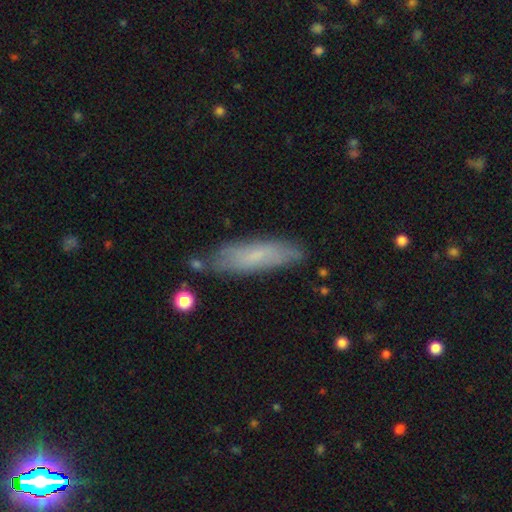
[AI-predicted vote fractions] Smooth or featured? smooth (63%)
How rounded? cigar-shaped (64%)
Merging? none (77%)